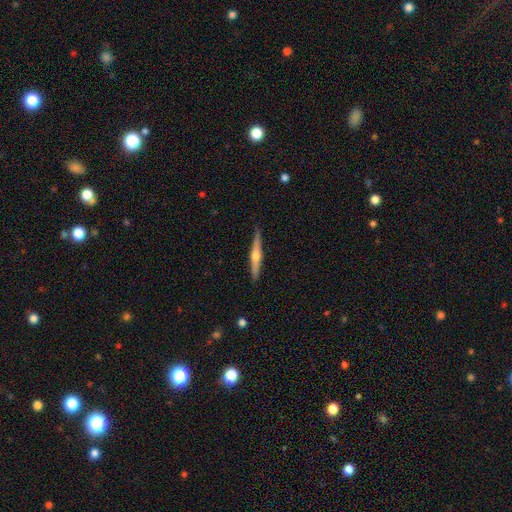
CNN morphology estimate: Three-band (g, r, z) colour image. It shows a featured or disk galaxy (68%) viewed edge-on (98%) with a rounded central bulge (92%). Merging: none (88%).